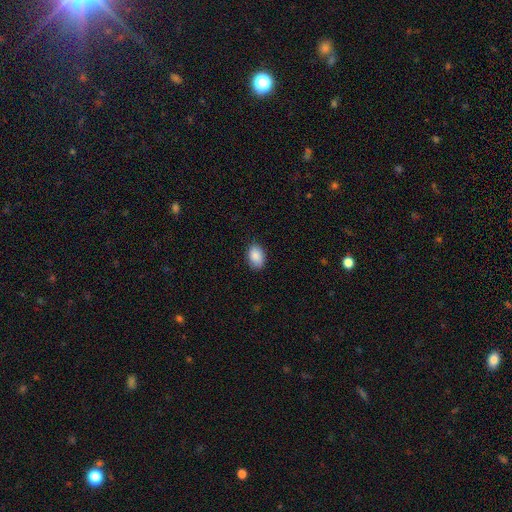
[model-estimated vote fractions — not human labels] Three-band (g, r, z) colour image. It shows a smooth galaxy with no disk features (88%) that is in between round and cigar-shaped (84%). Merging: none (82%).